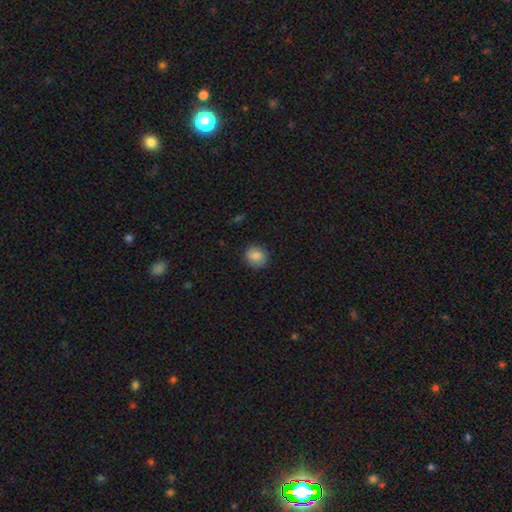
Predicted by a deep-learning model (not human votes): The model was most divided on "how rounded": round: 82%, in between: 17%, cigar-shaped: 1%. More confident: merging — none (87%); smooth or featured — smooth (84%).